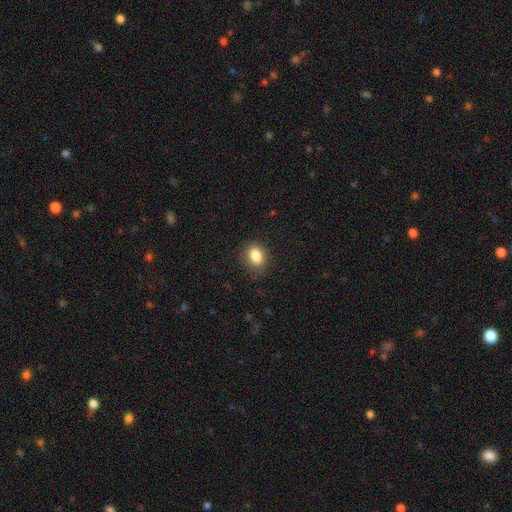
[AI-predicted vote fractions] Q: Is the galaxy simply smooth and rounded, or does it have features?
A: smooth — 85%.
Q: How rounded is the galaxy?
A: in between — 68%.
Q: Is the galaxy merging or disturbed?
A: none — 81%.